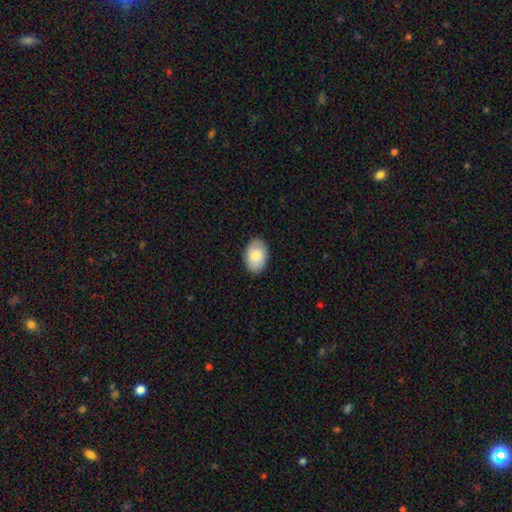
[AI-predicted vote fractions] Smooth or featured: smooth — 77% (featured or disk — 16%)
How rounded: in between — 86% (round — 13%)
Merging: none — 87% (minor disturbance — 10%)